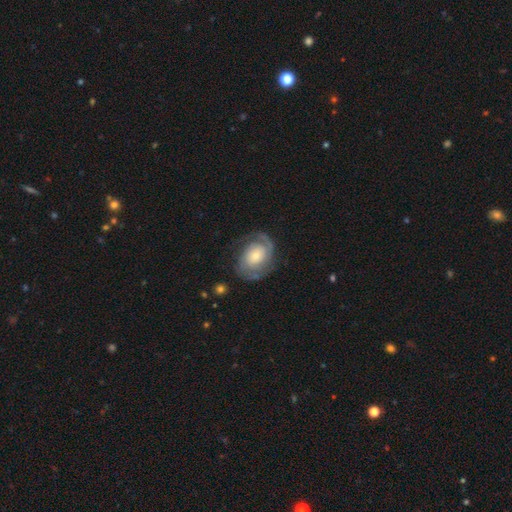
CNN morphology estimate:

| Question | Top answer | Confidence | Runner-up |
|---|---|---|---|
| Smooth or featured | featured or disk | 79% | smooth (15%) |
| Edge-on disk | no | 97% | yes (3%) |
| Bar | no | 72% | weak (23%) |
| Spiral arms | yes | 93% | no (7%) |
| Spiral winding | tight | 49% | medium (37%) |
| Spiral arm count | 2 | 76% | can't tell (10%) |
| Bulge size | small | 50% | moderate (33%) |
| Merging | none | 70% | minor disturbance (17%) |